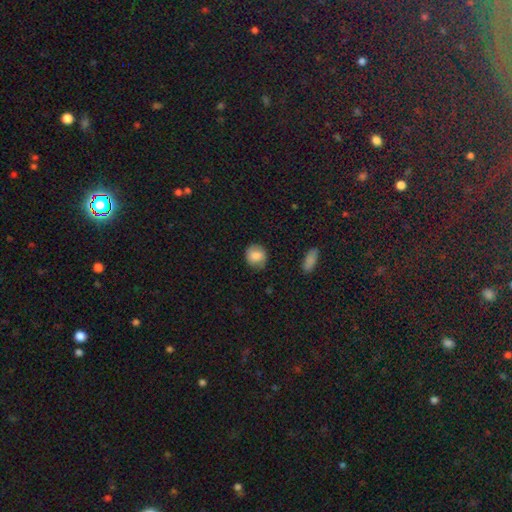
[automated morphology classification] This appears to be a smooth galaxy with no disk features (81%) that is round (76%). Merging: none (76%).